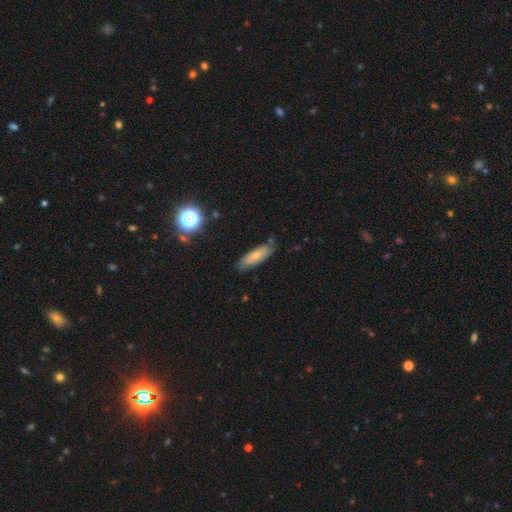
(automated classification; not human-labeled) Morphology: type=smooth (67%); roundness=in between (52%); merging=none (78%).